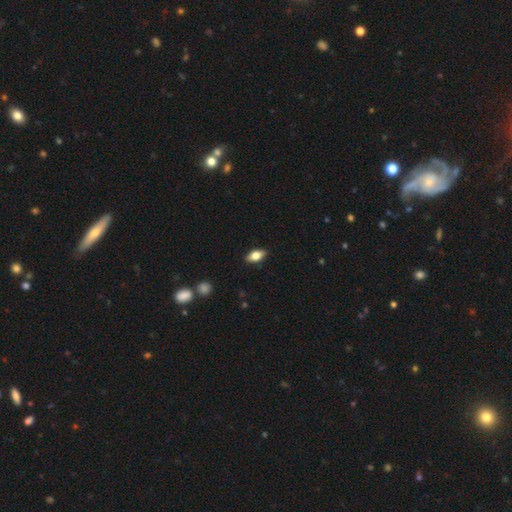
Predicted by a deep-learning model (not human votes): smooth-or-featured: smooth: 74% | featured or disk: 19% | star or artifact: 7%
  how-rounded: in between: 88% | cigar-shaped: 8% | round: 4%
  merging: none: 89% | minor disturbance: 8% | major disturbance: 2% | merger: 1%